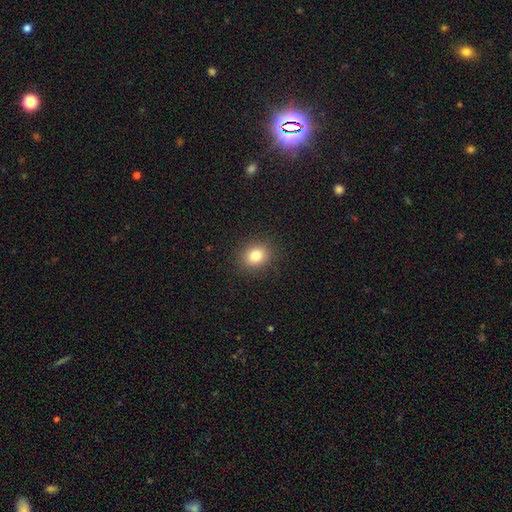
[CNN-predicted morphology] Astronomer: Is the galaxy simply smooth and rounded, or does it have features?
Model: smooth — 82%.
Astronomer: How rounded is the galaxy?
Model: round — 63%.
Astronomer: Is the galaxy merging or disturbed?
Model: none — 89%.